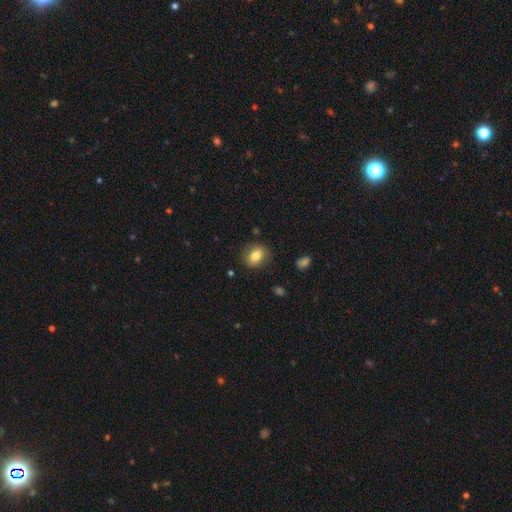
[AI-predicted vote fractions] This is likely a smooth galaxy (78%). How rounded: possibly round (58%). Merging: clearly none (84%).